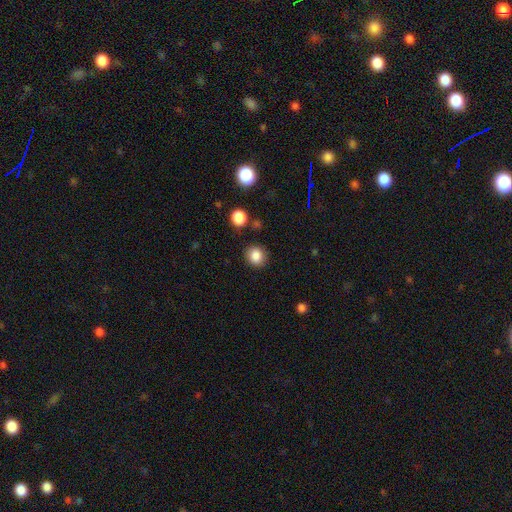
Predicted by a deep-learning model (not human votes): Smooth or featured: smooth — 85% (star or artifact — 10%)
How rounded: round — 80% (in between — 19%)
Merging: none — 86% (minor disturbance — 9%)